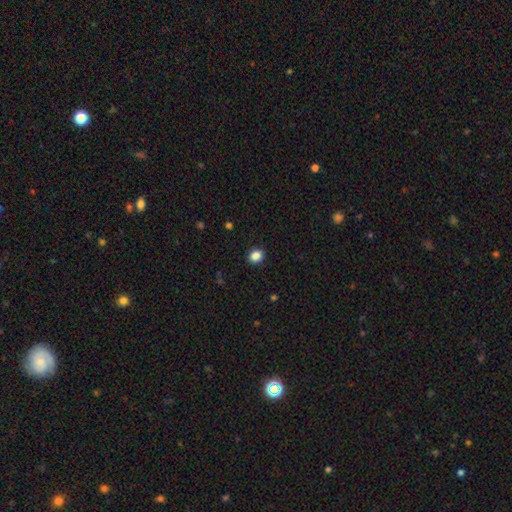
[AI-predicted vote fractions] smooth 86%, star or artifact 10%, featured or disk 3%. Down the decision tree: how rounded — round (58%); merging — none (91%).